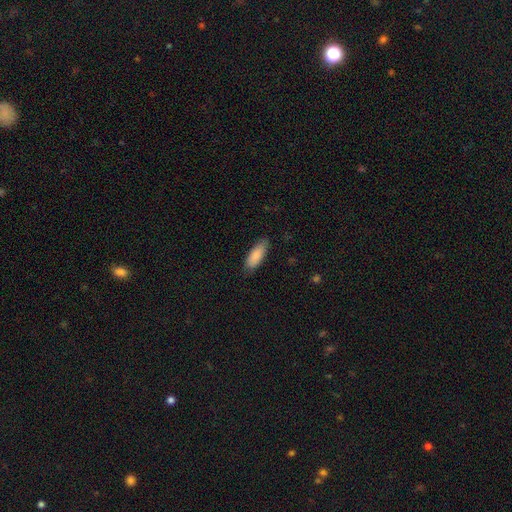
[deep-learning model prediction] Smooth or featured? Predicted: smooth (p=0.88). How rounded? Predicted: in between (p=0.69). Merging? Predicted: none (p=0.81).